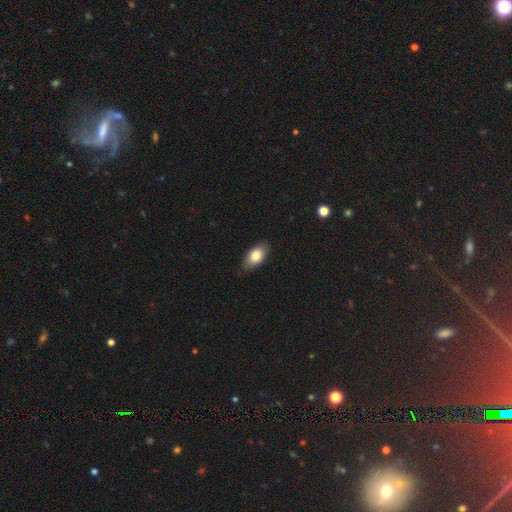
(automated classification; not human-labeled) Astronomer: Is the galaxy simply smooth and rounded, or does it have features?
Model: smooth — 82%.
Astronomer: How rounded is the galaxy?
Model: in between — 92%.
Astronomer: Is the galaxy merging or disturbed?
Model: none — 83%.